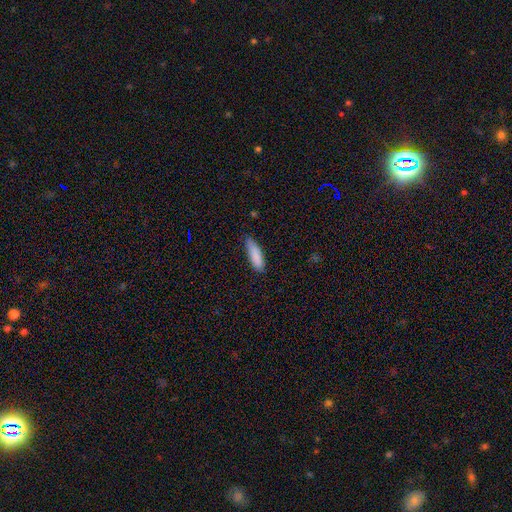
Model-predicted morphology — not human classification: A smooth galaxy with no disk features (87%) that is cigar-shaped (53%).

Vote fractions:
- Smooth or featured? smooth: 87% / star or artifact: 6% / featured or disk: 6%
- How rounded? cigar-shaped: 53% / in between: 46% / round: 1%
- Merging? none: 75% / minor disturbance: 21% / major disturbance: 3% / merger: 1%